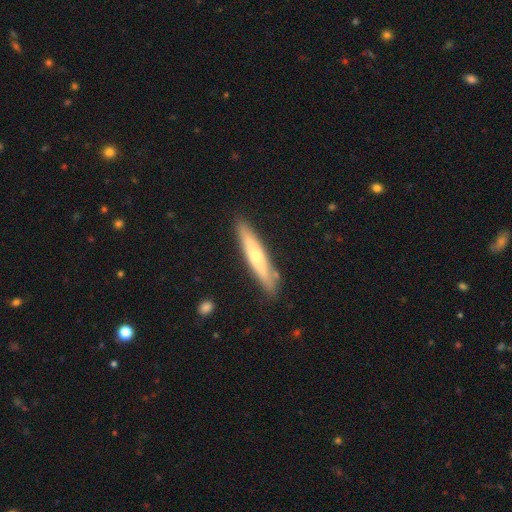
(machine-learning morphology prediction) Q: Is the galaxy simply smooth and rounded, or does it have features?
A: featured or disk — 52%.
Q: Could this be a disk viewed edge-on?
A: yes — 83%.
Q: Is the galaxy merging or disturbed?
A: none — 87%.